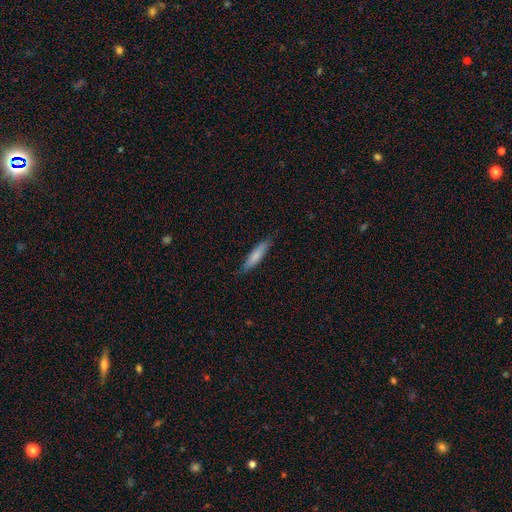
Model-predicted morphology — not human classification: smooth 74%, featured or disk 21%, star or artifact 5%. Down the decision tree: how rounded — cigar-shaped (81%); merging — none (81%).